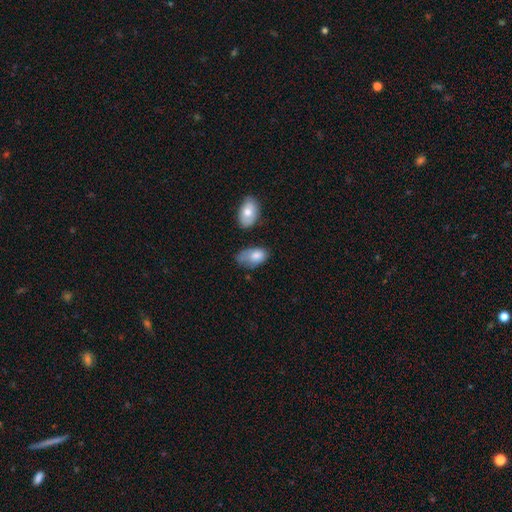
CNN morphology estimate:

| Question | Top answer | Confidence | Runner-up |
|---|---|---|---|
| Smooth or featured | smooth | 76% | featured or disk (17%) |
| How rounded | in between | 91% | round (7%) |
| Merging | minor disturbance | 38% | none (36%) |